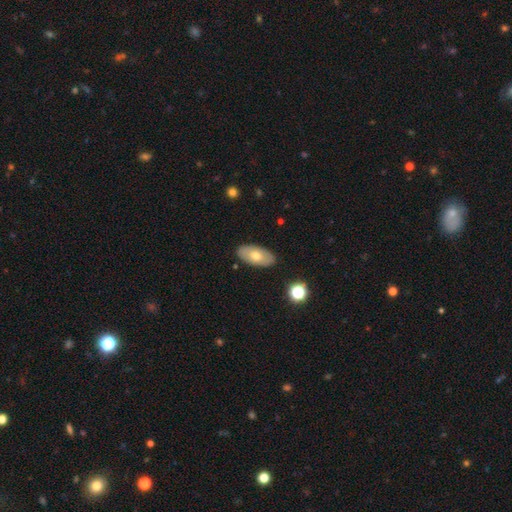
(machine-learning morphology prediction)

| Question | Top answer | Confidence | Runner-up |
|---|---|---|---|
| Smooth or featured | smooth | 64% | featured or disk (30%) |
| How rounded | in between | 93% | round (4%) |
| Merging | none | 87% | minor disturbance (9%) |